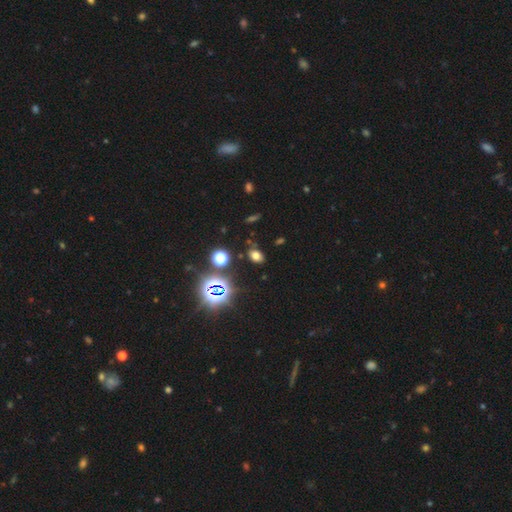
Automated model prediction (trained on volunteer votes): The model was most divided on "smooth or featured": smooth: 64%, star or artifact: 28%, featured or disk: 8%. More confident: merging — none (82%); how rounded — in between (76%).